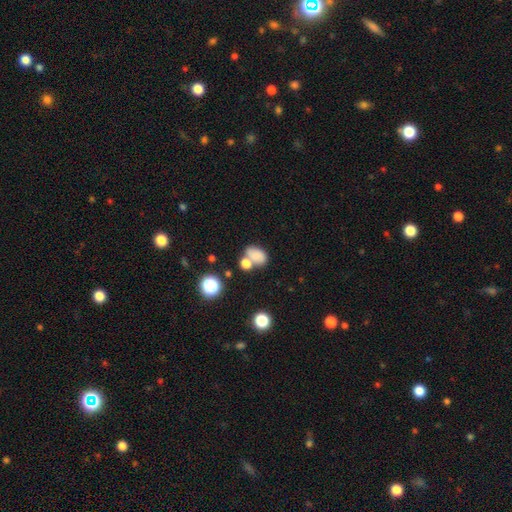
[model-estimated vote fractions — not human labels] This is likely a smooth galaxy (78%). How rounded: likely in between (76%). Merging: marginally none (45%).